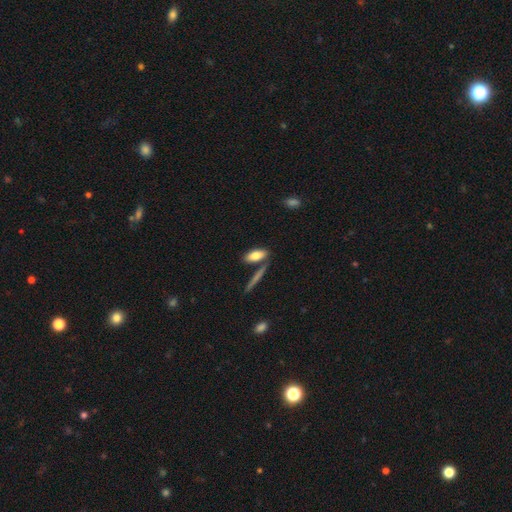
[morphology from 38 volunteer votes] smooth_or_featured: smooth (p=0.79) [alt: featured or disk p=0.13]
how_rounded: in between (p=0.83) [alt: cigar-shaped p=0.13]
merging: none (p=0.74) [alt: merger p=0.17]